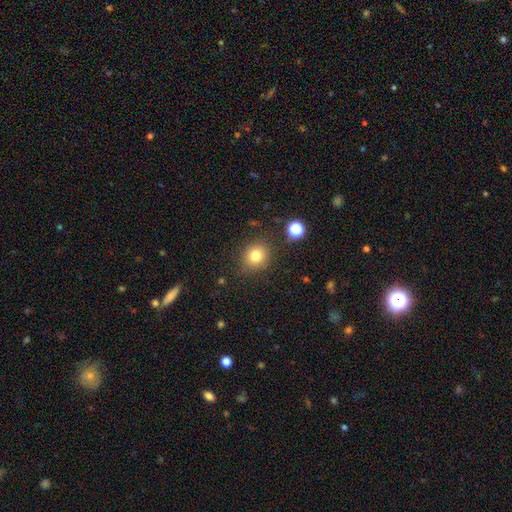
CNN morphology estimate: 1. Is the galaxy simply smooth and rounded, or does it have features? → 79% smooth, 13% star or artifact, 8% featured or disk.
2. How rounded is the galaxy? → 80% round, 19% in between, 1% cigar-shaped.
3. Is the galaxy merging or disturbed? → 82% none, 12% minor disturbance, 4% major disturbance, 3% merger.